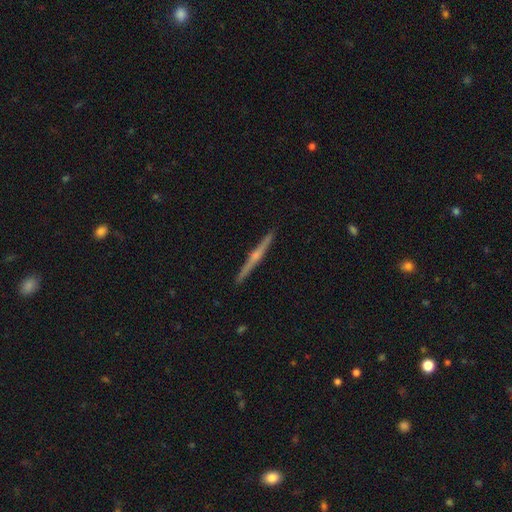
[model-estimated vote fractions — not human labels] Overall: featured or disk (76%). Edge-on disk: yes (98%). Edge-on bulge: rounded (78%). Merging: none (93%).